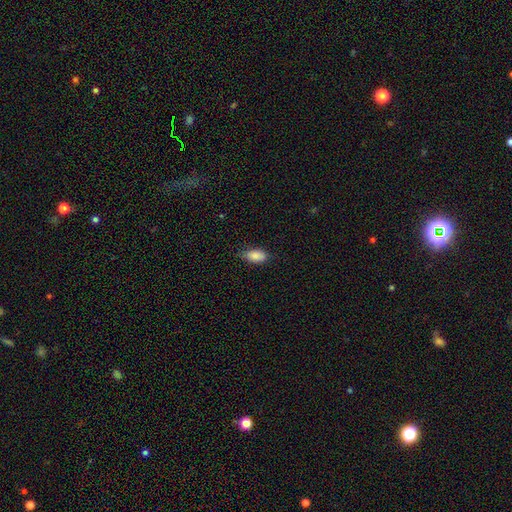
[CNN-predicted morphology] smooth_or_featured: smooth (p=0.87) [alt: star or artifact p=0.07]
how_rounded: in between (p=0.92) [alt: round p=0.05]
merging: none (p=0.72) [alt: minor disturbance p=0.24]